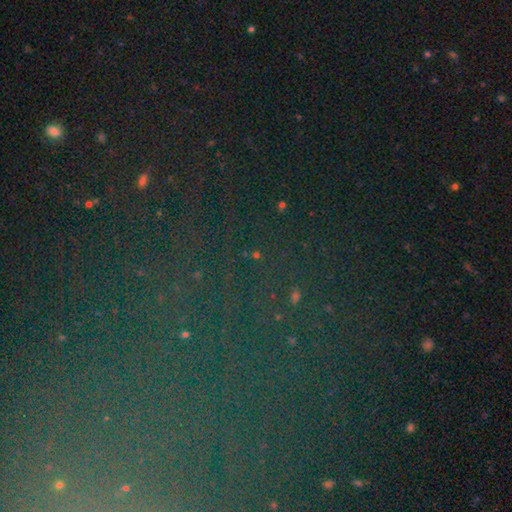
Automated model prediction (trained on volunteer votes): A star or artifact, not a galaxy (83%).

Vote fractions:
- Smooth or featured? star or artifact: 83% / smooth: 10% / featured or disk: 7%